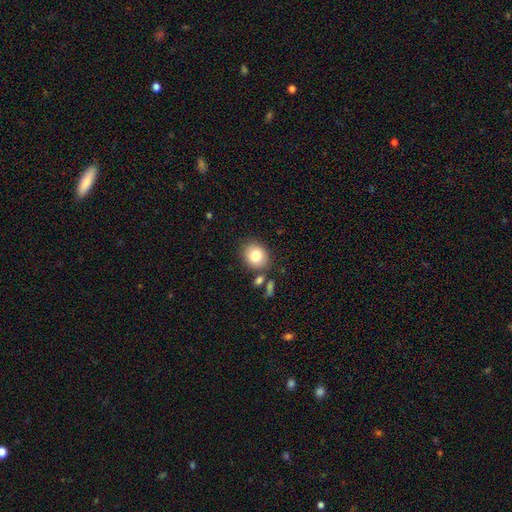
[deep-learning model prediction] A smooth galaxy with no disk features (82%) that is round (59%).

Vote fractions:
- Smooth or featured? smooth: 82% / featured or disk: 9% / star or artifact: 9%
- How rounded? round: 59% / in between: 40% / cigar-shaped: 1%
- Merging? none: 78% / minor disturbance: 11% / merger: 8% / major disturbance: 3%